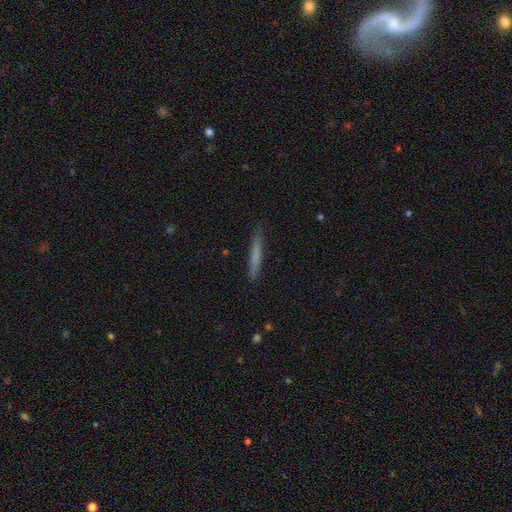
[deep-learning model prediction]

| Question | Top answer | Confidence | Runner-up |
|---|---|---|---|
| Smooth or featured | smooth | 70% | featured or disk (24%) |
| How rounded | cigar-shaped | 96% | in between (3%) |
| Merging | none | 89% | minor disturbance (9%) |